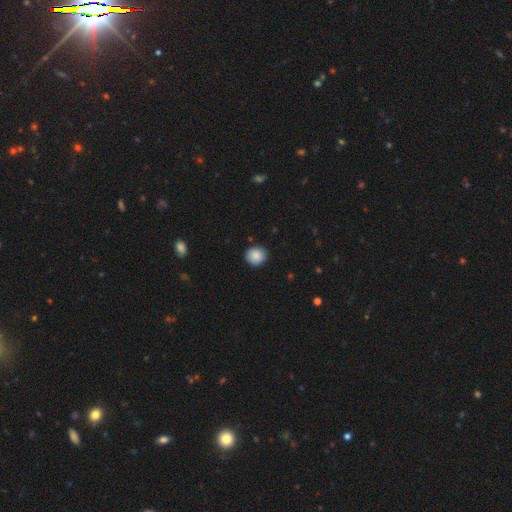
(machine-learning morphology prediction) Smooth or featured? smooth (88%)
How rounded? round (88%)
Merging? none (89%)